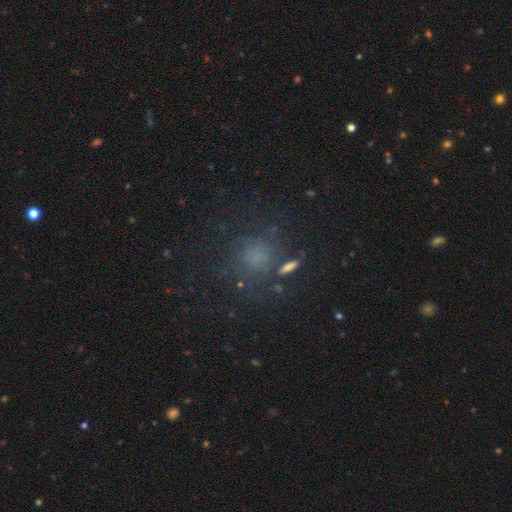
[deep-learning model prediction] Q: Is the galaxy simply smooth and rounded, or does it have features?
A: smooth — 58%.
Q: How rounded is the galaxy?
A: round — 79%.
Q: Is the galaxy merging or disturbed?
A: none — 64%.